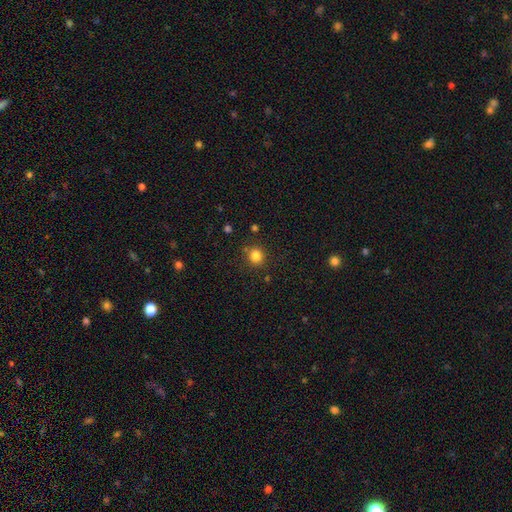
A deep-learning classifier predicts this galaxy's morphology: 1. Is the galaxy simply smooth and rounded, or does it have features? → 83% smooth, 13% star or artifact, 5% featured or disk.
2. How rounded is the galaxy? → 89% round, 10% in between, 1% cigar-shaped.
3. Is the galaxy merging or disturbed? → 85% none, 9% minor disturbance, 4% merger, 3% major disturbance.